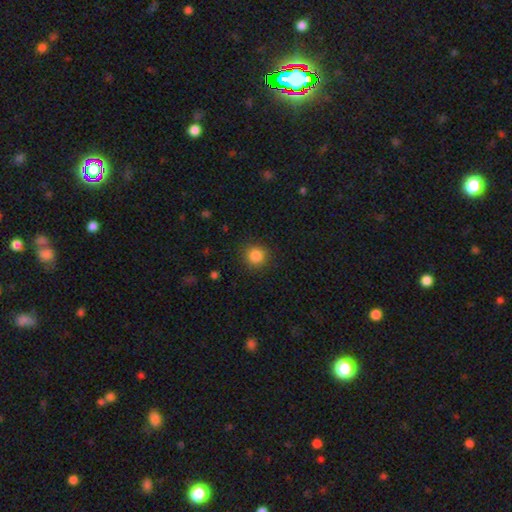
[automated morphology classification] A smooth galaxy with no disk features (85%) that is round (92%).

Vote fractions:
- Smooth or featured? smooth: 85% / star or artifact: 11% / featured or disk: 4%
- How rounded? round: 92% / in between: 7% / cigar-shaped: 1%
- Merging? none: 89% / minor disturbance: 7% / major disturbance: 3% / merger: 1%